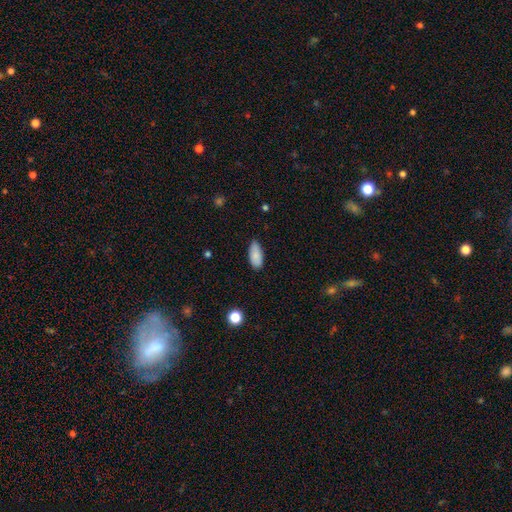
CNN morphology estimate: A smooth galaxy with no disk features (85%) that is in between round and cigar-shaped (89%). Merging: none (82%).